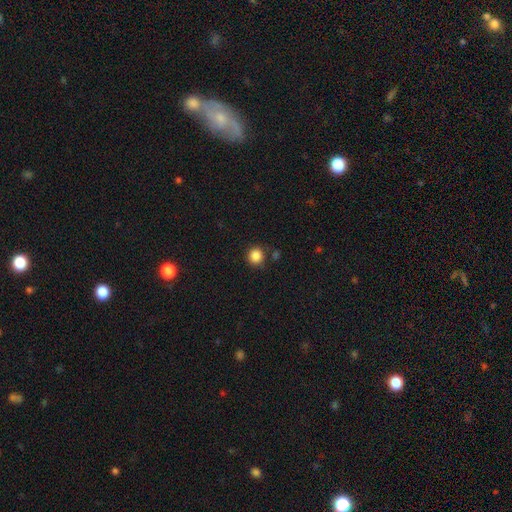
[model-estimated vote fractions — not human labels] Smooth or featured? smooth (86%)
How rounded? round (92%)
Merging? none (85%)